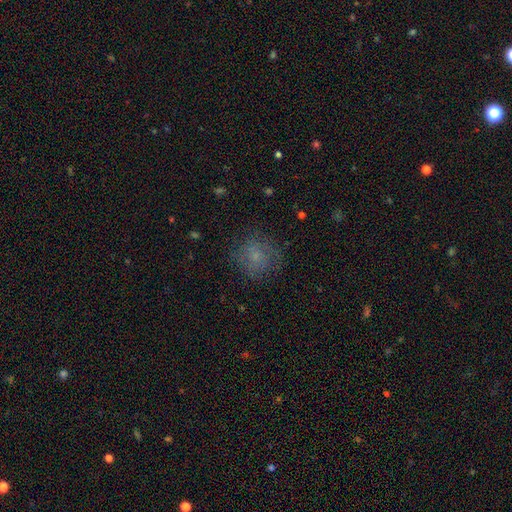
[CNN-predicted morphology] smooth 66%, featured or disk 19%, star or artifact 15%. Down the decision tree: how rounded — round (84%); merging — none (73%).